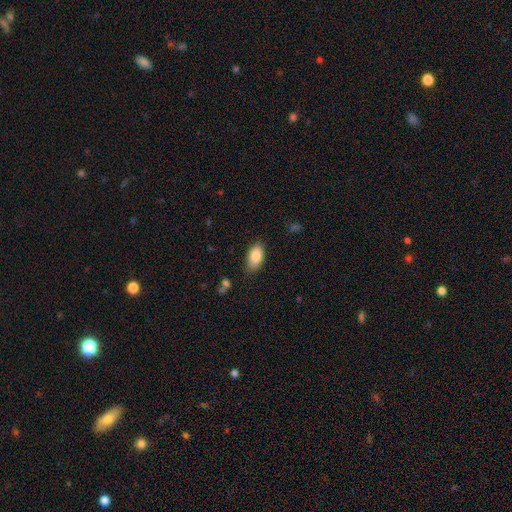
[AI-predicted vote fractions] A smooth galaxy with no disk features (85%) that is in between round and cigar-shaped (93%). Merging: none (80%).